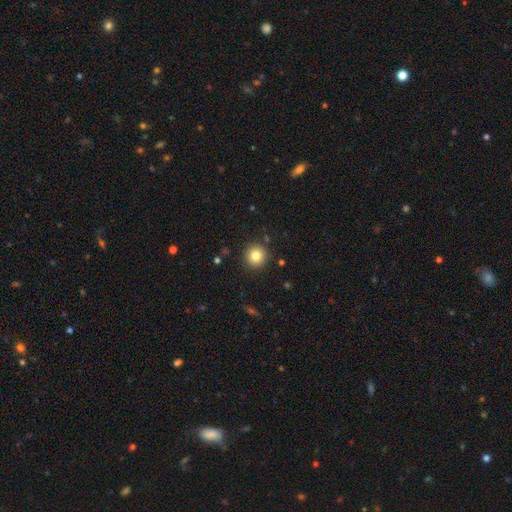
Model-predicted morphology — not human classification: A smooth galaxy with no disk features (81%) that is round (95%).

Vote fractions:
- Smooth or featured? smooth: 81% / star or artifact: 11% / featured or disk: 8%
- How rounded? round: 95% / in between: 4% / cigar-shaped: 1%
- Merging? none: 90% / minor disturbance: 6% / major disturbance: 2% / merger: 2%